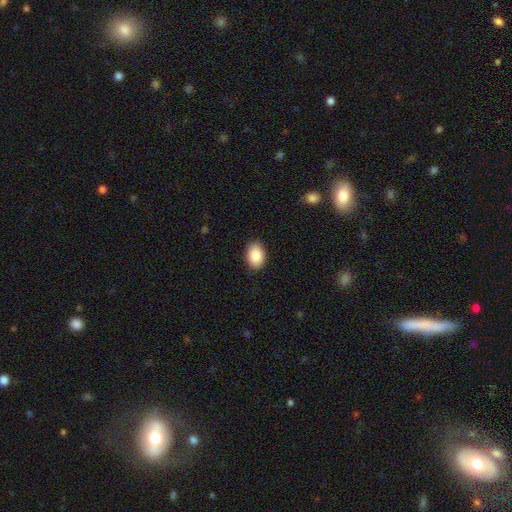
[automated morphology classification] Q: Smooth or featured?
A: smooth (88%); runner-up: star or artifact (7%)
Q: How rounded?
A: in between (84%); runner-up: round (15%)
Q: Merging?
A: none (89%); runner-up: minor disturbance (8%)